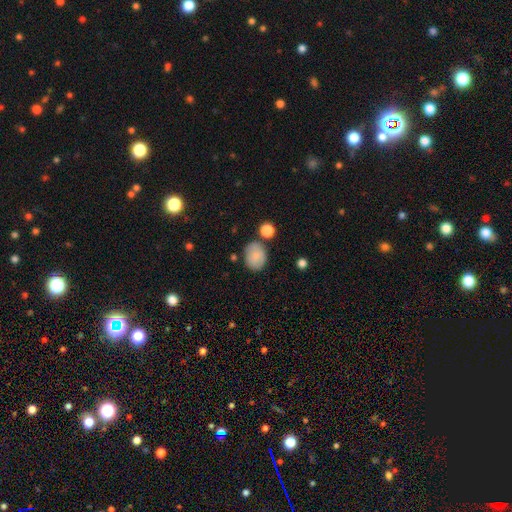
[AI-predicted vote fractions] A smooth galaxy with no disk features (84%) that is in between round and cigar-shaped (56%).

Vote fractions:
- Smooth or featured? smooth: 84% / featured or disk: 9% / star or artifact: 8%
- How rounded? in between: 56% / round: 43% / cigar-shaped: 1%
- Merging? none: 71% / minor disturbance: 17% / merger: 7% / major disturbance: 4%